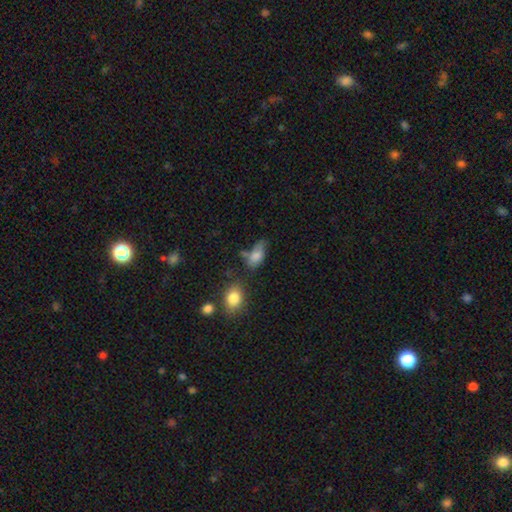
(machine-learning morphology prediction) This is likely a smooth galaxy (78%). How rounded: clearly in between (88%). Merging: marginally none (37%).